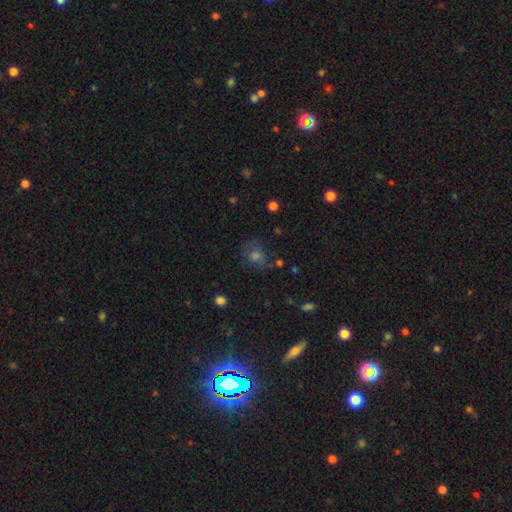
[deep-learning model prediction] This is possibly a smooth galaxy (52%). How rounded: likely round (63%). Merging: likely none (66%).